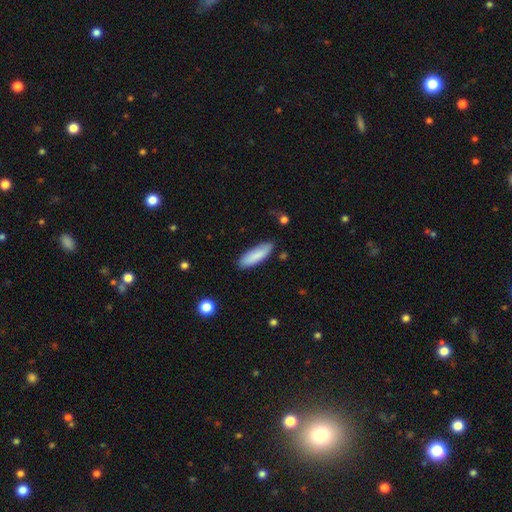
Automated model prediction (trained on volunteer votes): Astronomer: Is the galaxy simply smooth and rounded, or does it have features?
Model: smooth — 85%.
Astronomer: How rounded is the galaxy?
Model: in between — 50% (runner-up: cigar-shaped, 49%).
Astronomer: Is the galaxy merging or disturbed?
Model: none — 82%.